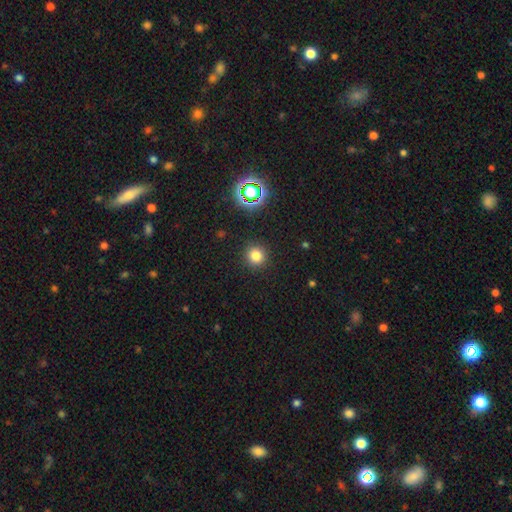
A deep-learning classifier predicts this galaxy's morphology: Smooth or featured?
  - smooth: 78% *
  - star or artifact: 17%
  - featured or disk: 5%
How rounded?
  - round: 93% *
  - in between: 6%
  - cigar-shaped: 1%
Merging?
  - none: 91% *
  - minor disturbance: 6%
  - major disturbance: 2%
  - merger: 1%